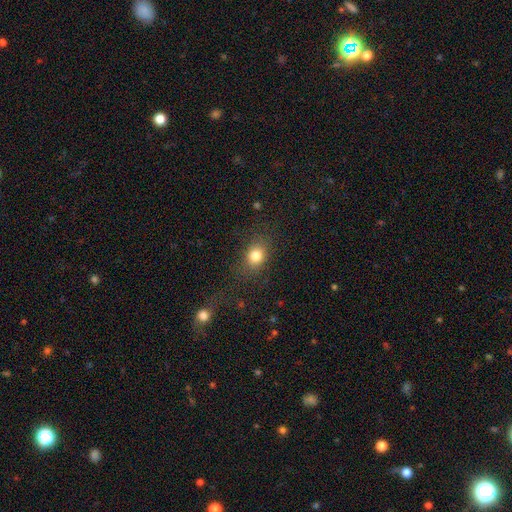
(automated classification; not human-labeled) Q: Smooth or featured?
A: smooth (81%); runner-up: star or artifact (11%)
Q: How rounded?
A: in between (50%); runner-up: round (48%)
Q: Merging?
A: none (78%); runner-up: minor disturbance (12%)